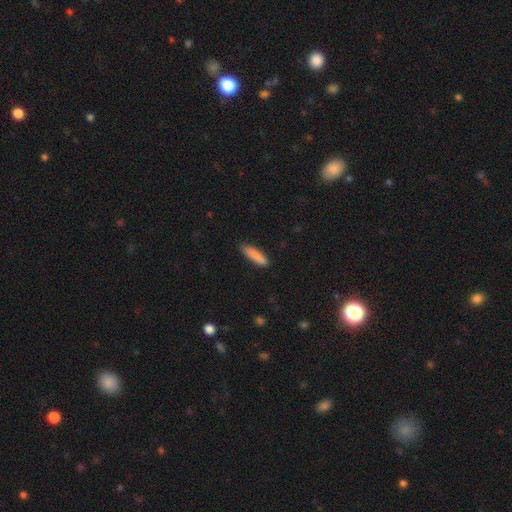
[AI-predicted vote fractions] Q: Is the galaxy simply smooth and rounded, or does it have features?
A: smooth — 87%.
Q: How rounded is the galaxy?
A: cigar-shaped — 76%.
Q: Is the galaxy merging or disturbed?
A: none — 85%.